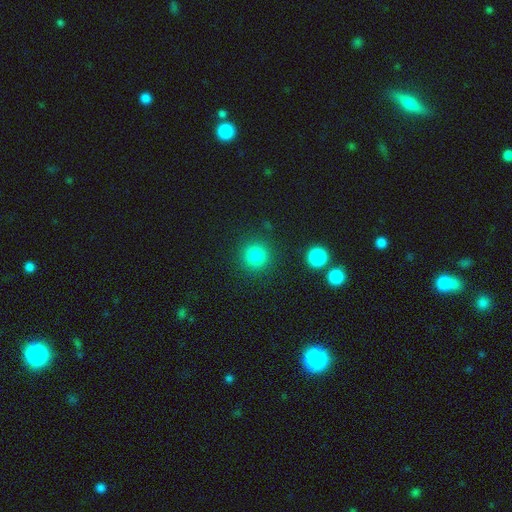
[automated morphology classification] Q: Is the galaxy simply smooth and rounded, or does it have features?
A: smooth — 83%.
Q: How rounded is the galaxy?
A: round — 93%.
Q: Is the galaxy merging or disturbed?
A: none — 88%.